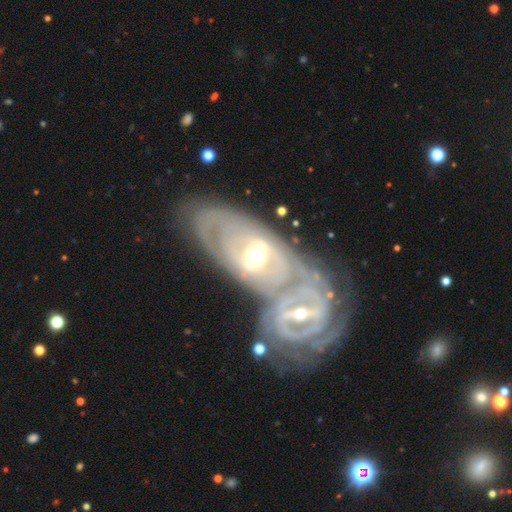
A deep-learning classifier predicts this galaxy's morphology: Smooth or featured?
  - featured or disk: 79% *
  - smooth: 16%
  - star or artifact: 5%
Edge-on disk?
  - no: 91% *
  - yes: 9%
Bar?
  - weak: 35% *
  - no: 34%
  - strong: 31%
Spiral arms?
  - yes: 73% *
  - no: 27%
Spiral winding?
  - tight: 64% *
  - medium: 25%
  - loose: 11%
Spiral arm count?
  - 2: 42% *
  - can't tell: 37%
  - 3: 7%
  - 1: 5%
  - 4: 4%
  - more than 4: 4%
Bulge size?
  - moderate: 71% *
  - small: 20%
  - large: 7%
  - dominant: 1%
  - none: 1%
Merging?
  - merger: 51% *
  - none: 31%
  - minor disturbance: 11%
  - major disturbance: 7%